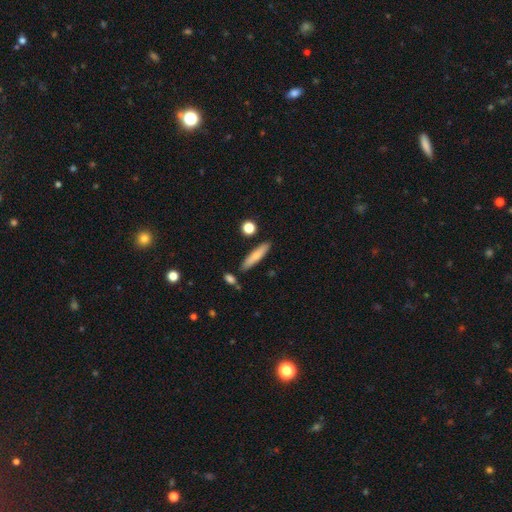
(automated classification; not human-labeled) This appears to be a smooth galaxy with no disk features (72%) that is cigar-shaped (83%). Merging: none (84%).